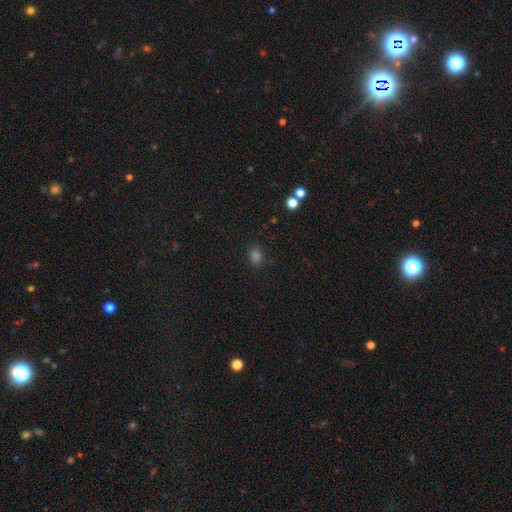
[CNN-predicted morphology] type=smooth (74%); roundness=in between (59%); merging=none (82%).